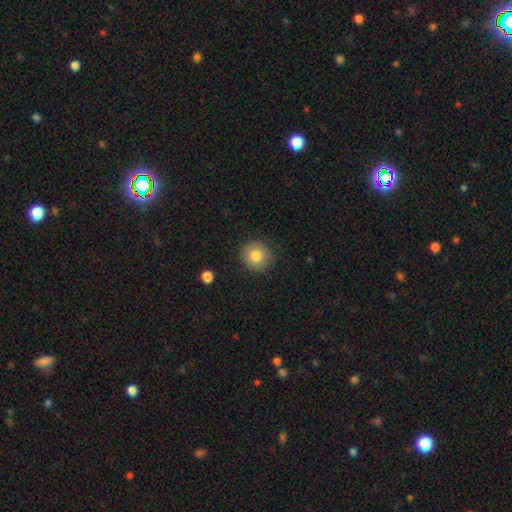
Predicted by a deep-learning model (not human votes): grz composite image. It shows a smooth galaxy with no disk features (82%) that is round (93%). Merging: none (87%).